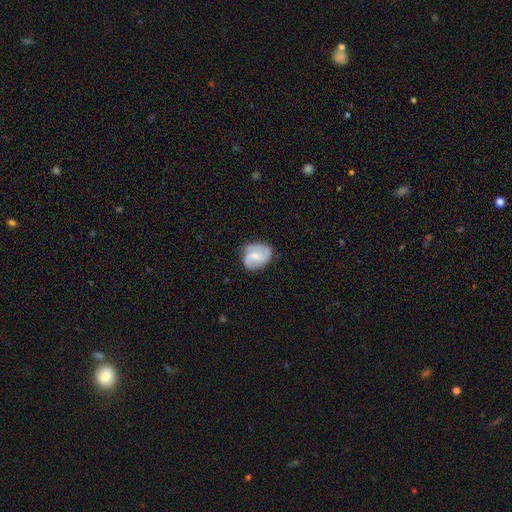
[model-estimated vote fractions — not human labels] Smooth or featured? Predicted: featured or disk (p=0.70). Edge-on disk? Predicted: no (p=0.98). Bar? Predicted: weak (p=0.47). Spiral arms? Predicted: yes (p=0.93). Spiral winding? Predicted: medium (p=0.48). Spiral arm count? Predicted: 2 (p=0.72). Bulge size? Predicted: small (p=0.51). Merging? Predicted: none (p=0.70).